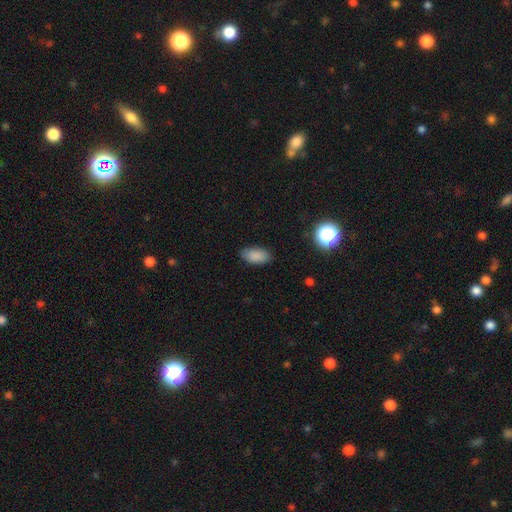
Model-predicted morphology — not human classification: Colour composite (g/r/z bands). It shows a smooth galaxy with no disk features (86%) that is in between round and cigar-shaped (92%). Merging: none (84%).